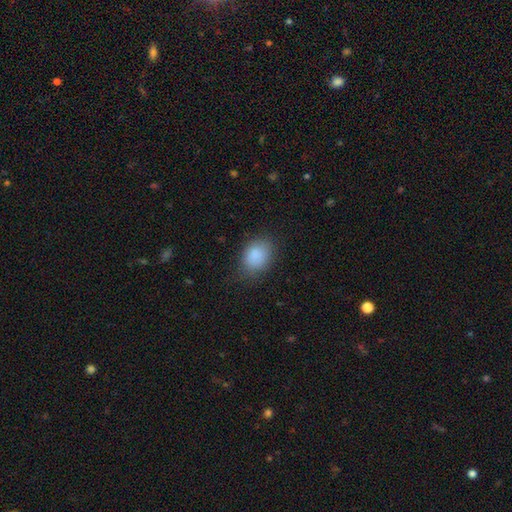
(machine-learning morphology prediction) Overall: smooth (87%). How rounded: in between (67%; round 32%). Merging: none (73%).